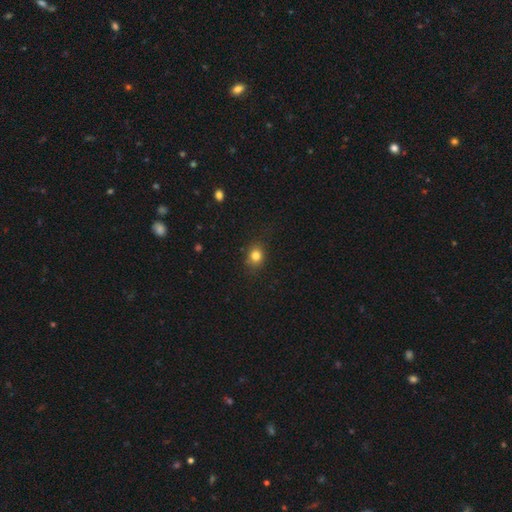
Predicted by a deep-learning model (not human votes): Smooth or featured? Predicted: smooth (p=0.82). How rounded? Predicted: round (p=0.62). Merging? Predicted: none (p=0.83).